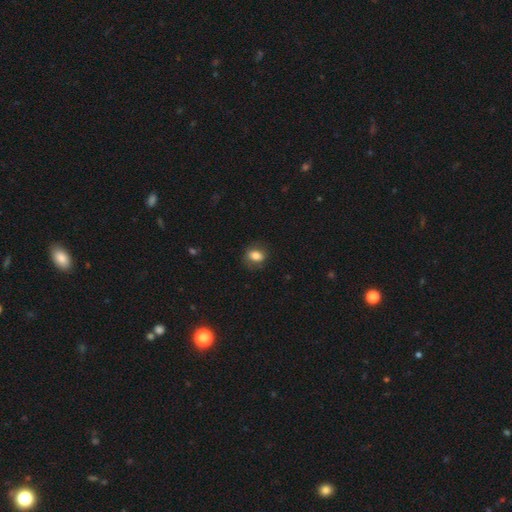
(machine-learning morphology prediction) smooth 78%, featured or disk 13%, star or artifact 9%. Down the decision tree: how rounded — in between (67%); merging — none (77%).